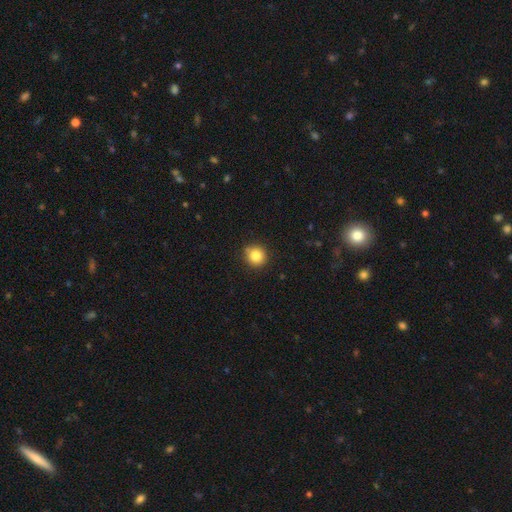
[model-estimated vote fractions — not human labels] Smooth or featured?
  - smooth: 84% *
  - star or artifact: 10%
  - featured or disk: 5%
How rounded?
  - round: 92% *
  - in between: 7%
  - cigar-shaped: 1%
Merging?
  - none: 86% *
  - minor disturbance: 10%
  - major disturbance: 2%
  - merger: 2%